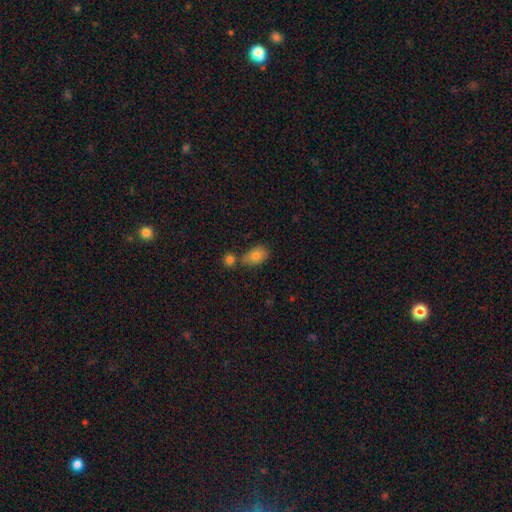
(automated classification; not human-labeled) Smooth or featured? smooth (78%)
How rounded? in between (85%)
Merging? none (56%)